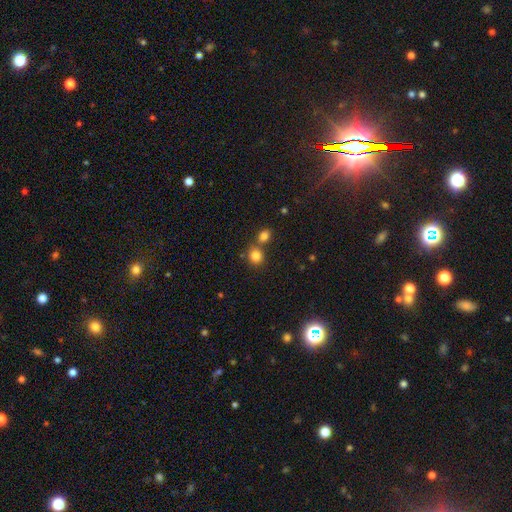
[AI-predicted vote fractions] Q: Smooth or featured?
A: smooth (82%); runner-up: star or artifact (12%)
Q: How rounded?
A: round (80%); runner-up: in between (19%)
Q: Merging?
A: none (56%); runner-up: merger (34%)